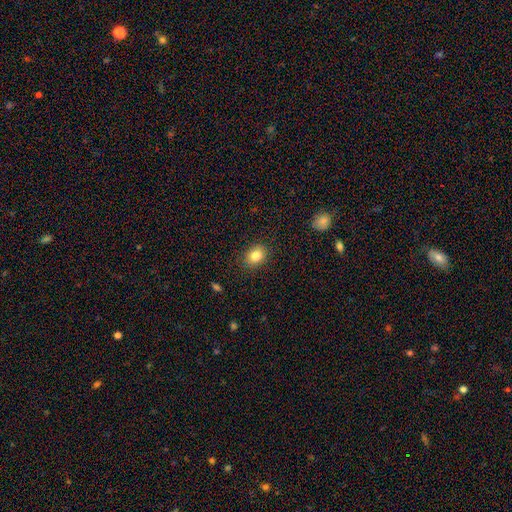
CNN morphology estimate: Smooth or featured? Predicted: smooth (p=0.84). How rounded? Predicted: in between (p=0.59). Merging? Predicted: none (p=0.87).